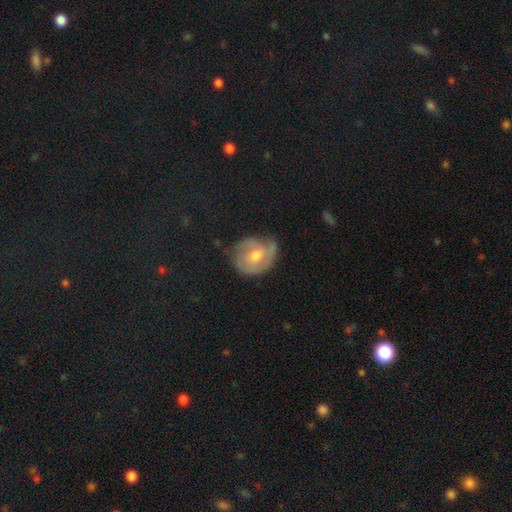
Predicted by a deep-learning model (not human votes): smooth_or_featured: featured or disk (p=0.64) [alt: smooth p=0.27]
disk_edge_on: no (p=0.96) [alt: yes p=0.04]
bar: no (p=0.57) [alt: weak p=0.36]
has_spiral_arms: yes (p=0.81) [alt: no p=0.19]
bulge_size: moderate (p=0.68) [alt: small p=0.26]
merging: none (p=0.56) [alt: minor disturbance p=0.29]